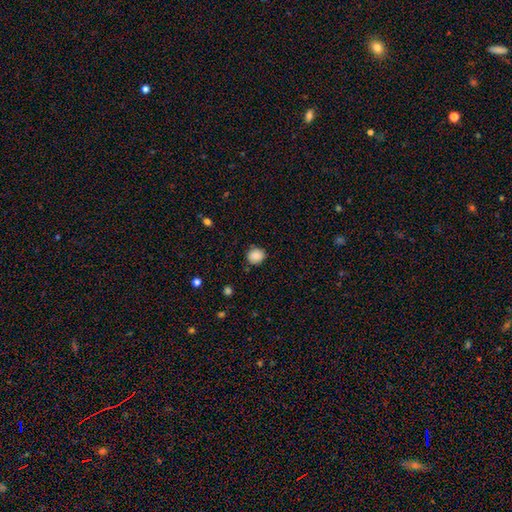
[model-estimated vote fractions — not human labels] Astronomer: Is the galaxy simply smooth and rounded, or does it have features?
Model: smooth — 86%.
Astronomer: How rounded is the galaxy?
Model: round — 83%.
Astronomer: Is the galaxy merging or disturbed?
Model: none — 84%.